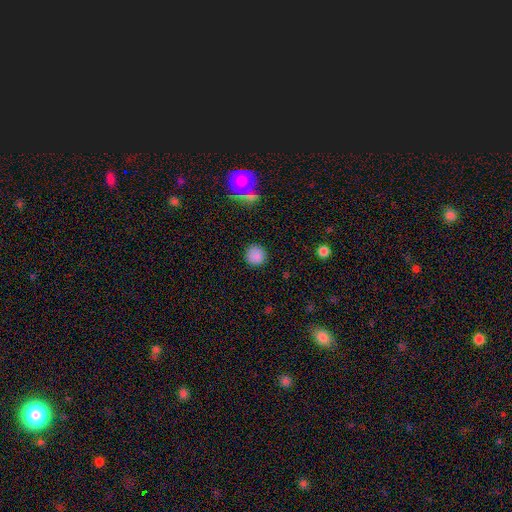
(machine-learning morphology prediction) This appears to be a smooth galaxy with no disk features (85%) that is round (93%). Merging: none (89%).